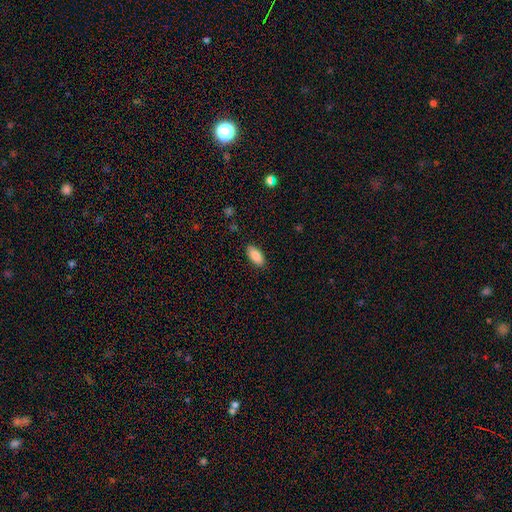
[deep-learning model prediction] Overall: smooth (86%). How rounded: in between (90%). Merging: none (88%).